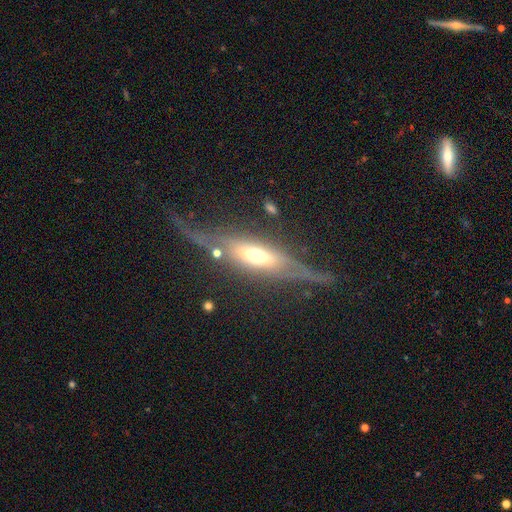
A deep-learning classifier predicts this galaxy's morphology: smooth_or_featured: featured or disk (p=0.68) [alt: smooth p=0.25]
disk_edge_on: yes (p=0.76) [alt: no p=0.24]
edge_on_bulge: rounded (p=0.82) [alt: boxy p=0.12]
merging: none (p=0.58) [alt: major disturbance p=0.20]